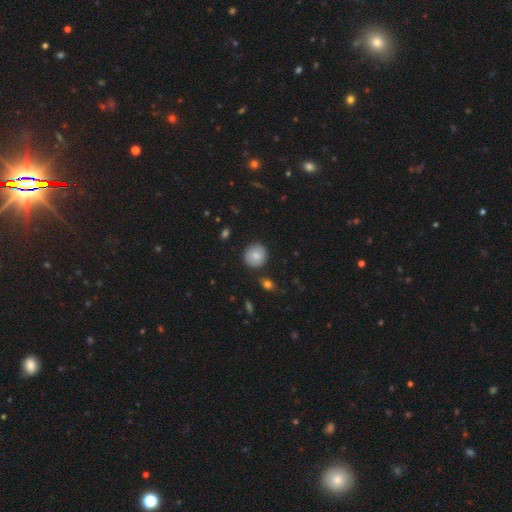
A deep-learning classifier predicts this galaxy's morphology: Overall: smooth (82%). How rounded: round (90%). Merging: none (87%).